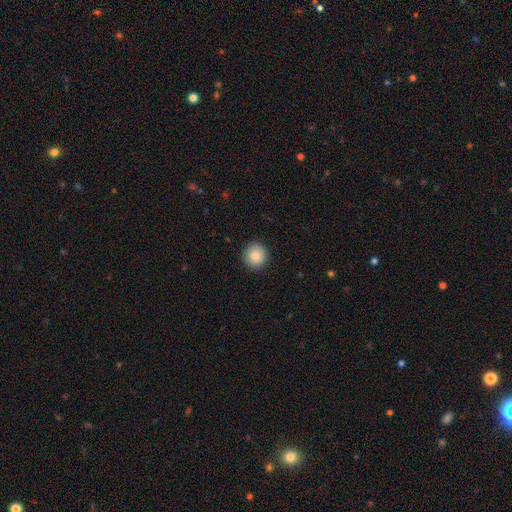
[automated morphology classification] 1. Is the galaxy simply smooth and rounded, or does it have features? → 85% smooth, 8% star or artifact, 6% featured or disk.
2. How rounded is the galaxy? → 94% round, 5% in between, 1% cigar-shaped.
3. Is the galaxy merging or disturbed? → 91% none, 6% minor disturbance, 2% major disturbance, 1% merger.